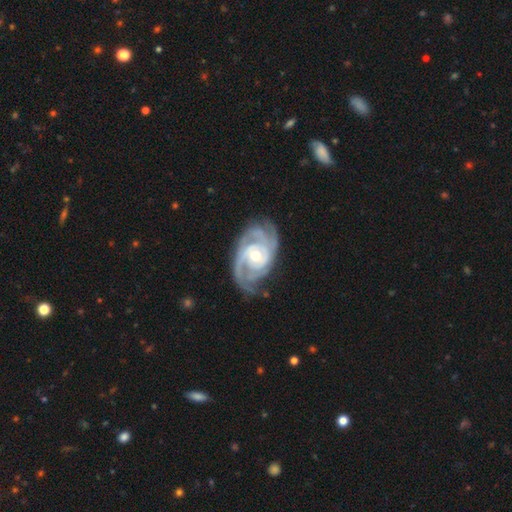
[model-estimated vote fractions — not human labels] Smooth or featured: featured or disk — 93% (star or artifact — 4%)
Edge-on disk: no — 97% (yes — 3%)
Bar: no — 65% (weak — 26%)
Spiral arms: yes — 98% (no — 2%)
Spiral winding: tight — 65% (medium — 30%)
Spiral arm count: 3 — 40% (2 — 25%)
Bulge size: moderate — 63% (small — 33%)
Merging: none — 74% (minor disturbance — 18%)